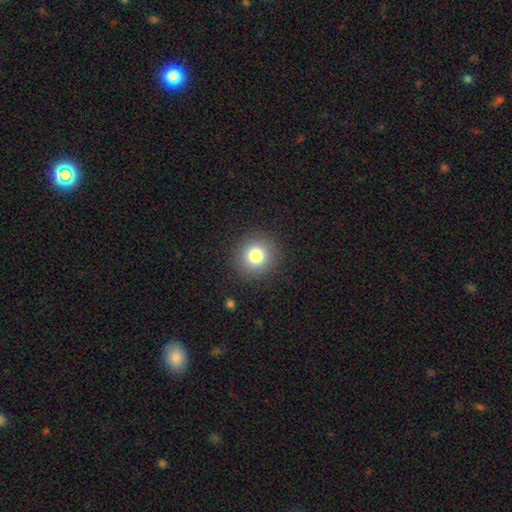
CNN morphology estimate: type=smooth (80%); roundness=round (92%); merging=none (90%).